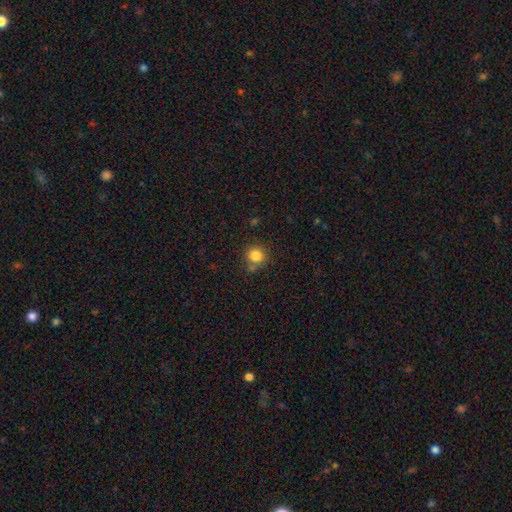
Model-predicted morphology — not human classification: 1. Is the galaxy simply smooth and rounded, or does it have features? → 84% smooth, 11% star or artifact, 5% featured or disk.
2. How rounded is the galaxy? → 92% round, 8% in between, 1% cigar-shaped.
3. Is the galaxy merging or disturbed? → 77% none, 10% minor disturbance, 10% merger, 3% major disturbance.